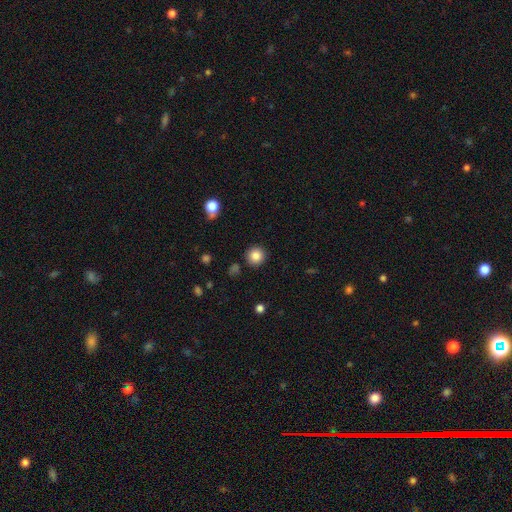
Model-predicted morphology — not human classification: Smooth or featured? smooth (85%)
How rounded? round (94%)
Merging? none (90%)